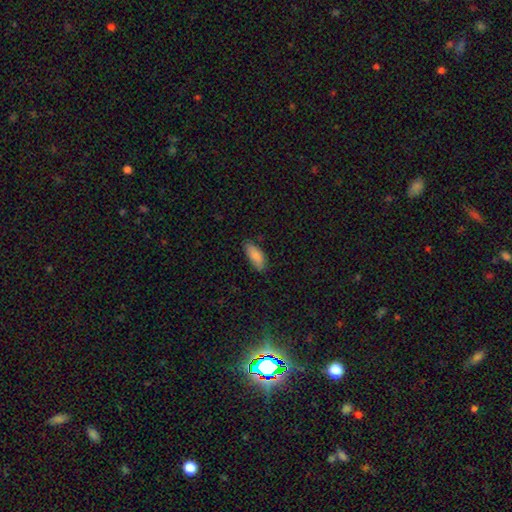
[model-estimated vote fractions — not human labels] Overall: smooth (86%). How rounded: in between (80%). Merging: none (79%).